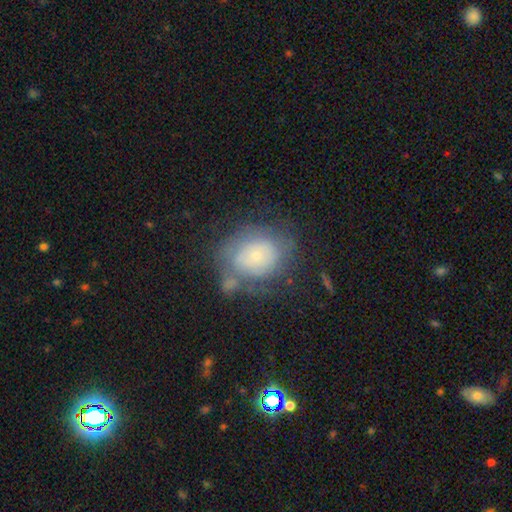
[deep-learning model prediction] The model was most divided on "smooth or featured": smooth: 50%, featured or disk: 40%, star or artifact: 10%. More confident: merging — none (52%).